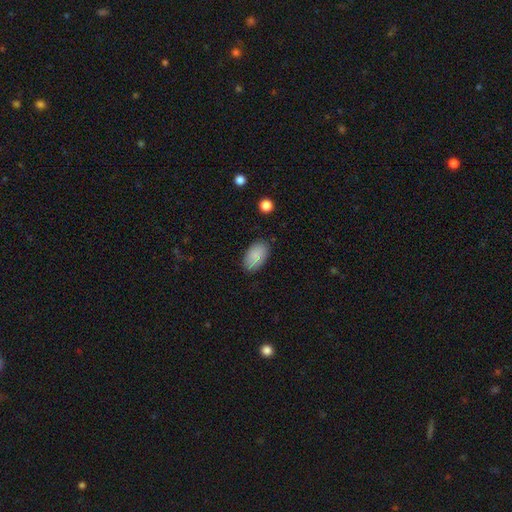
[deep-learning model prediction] Overall: smooth (87%). How rounded: in between (94%). Merging: none (84%).